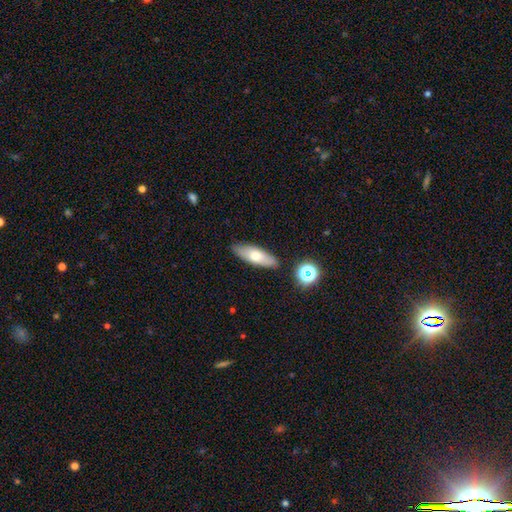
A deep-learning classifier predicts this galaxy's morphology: Overall: smooth (65%; featured or disk 28%). How rounded: in between (58%; cigar-shaped 39%). Merging: none (85%).